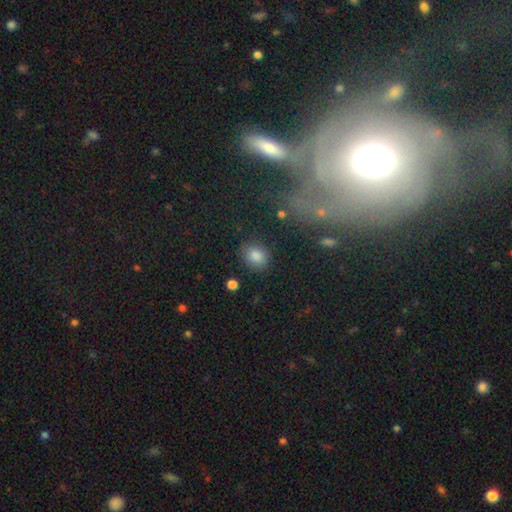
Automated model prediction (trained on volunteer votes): A smooth galaxy with no disk features (83%) that is round (58%). Merging: none (85%).